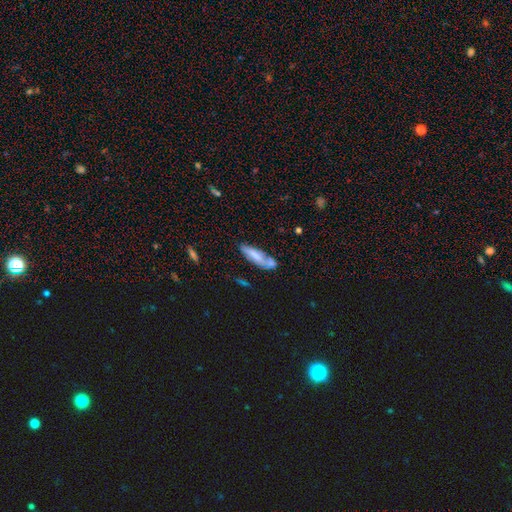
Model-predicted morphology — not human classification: This appears to be a smooth galaxy with no disk features (61%) that is cigar-shaped (58%). Merging: none (52%).